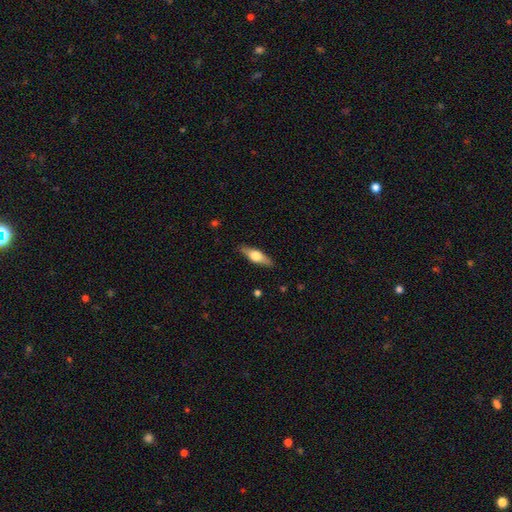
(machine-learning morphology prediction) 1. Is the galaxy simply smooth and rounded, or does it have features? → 50% smooth, 45% featured or disk, 6% star or artifact.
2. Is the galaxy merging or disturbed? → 86% none, 10% minor disturbance, 2% major disturbance, 1% merger.